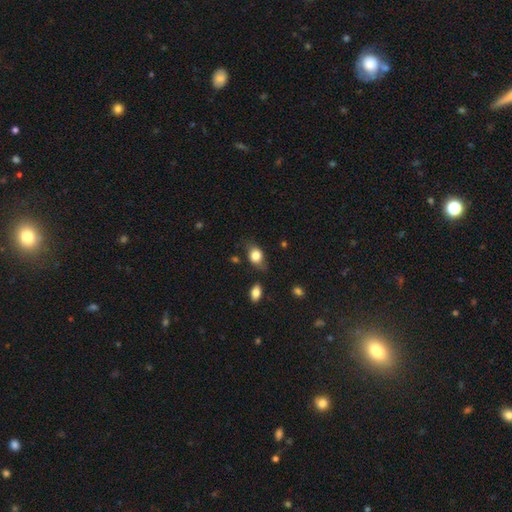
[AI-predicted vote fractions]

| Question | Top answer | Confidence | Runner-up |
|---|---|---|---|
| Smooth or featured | smooth | 78% | featured or disk (13%) |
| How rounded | in between | 70% | round (28%) |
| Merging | none | 62% | minor disturbance (27%) |